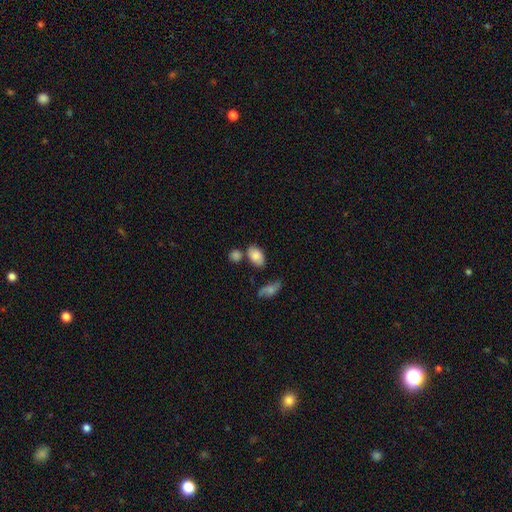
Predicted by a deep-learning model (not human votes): Overall: smooth (83%). How rounded: in between (88%). Merging: none (63%).